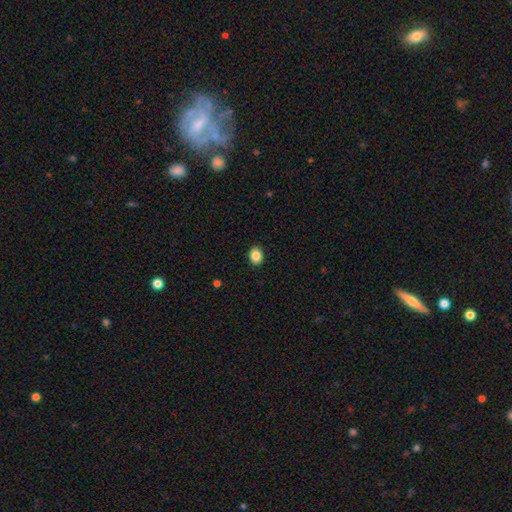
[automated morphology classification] Smooth or featured?
  - smooth: 87% *
  - star or artifact: 9%
  - featured or disk: 4%
How rounded?
  - in between: 54% *
  - round: 45%
  - cigar-shaped: 1%
Merging?
  - none: 90% *
  - minor disturbance: 7%
  - major disturbance: 2%
  - merger: 1%